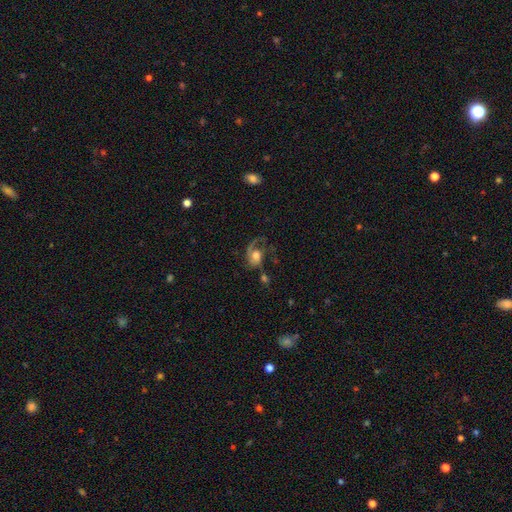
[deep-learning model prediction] featured or disk 66%, smooth 26%, star or artifact 8%. Down the decision tree: edge-on disk — no (97%); bar — no (71%); spiral arms — yes (88%); spiral arm count — 1 (57%); spiral winding — loose (42%); bulge size — moderate (48%); merging — major disturbance (37%).